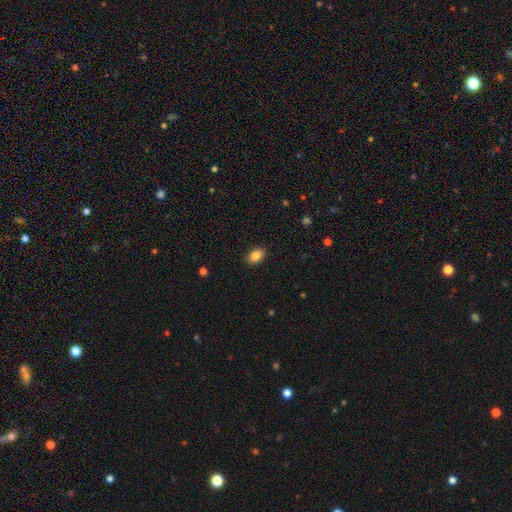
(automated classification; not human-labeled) smooth-or-featured: smooth: 86% | star or artifact: 9% | featured or disk: 6%
  how-rounded: in between: 79% | round: 20% | cigar-shaped: 1%
  merging: none: 89% | minor disturbance: 8% | major disturbance: 2% | merger: 1%